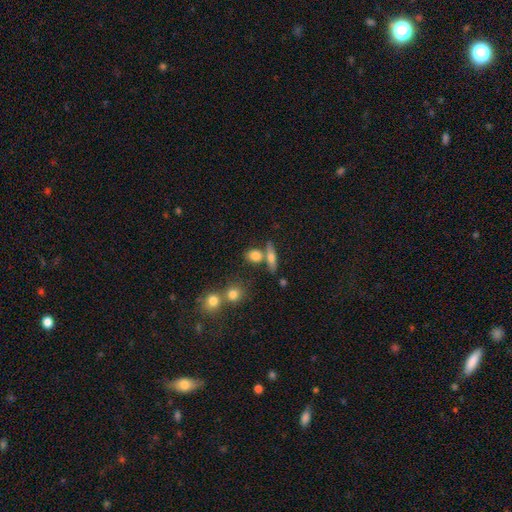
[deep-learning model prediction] Smooth or featured? smooth (72%)
How rounded? round (46%)
Merging? none (61%)